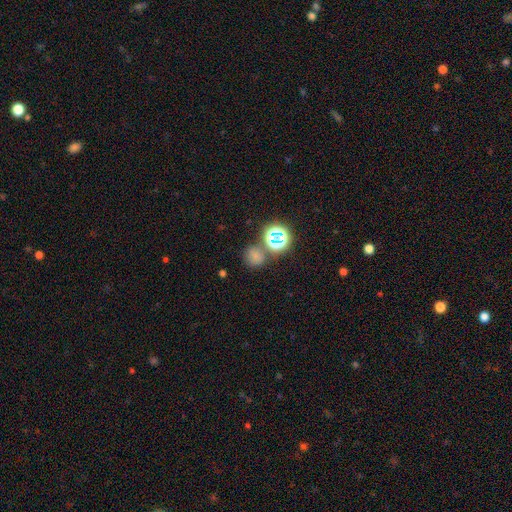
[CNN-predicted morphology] This is likely a smooth galaxy (62%). How rounded: clearly round (80%). Merging: likely none (66%).